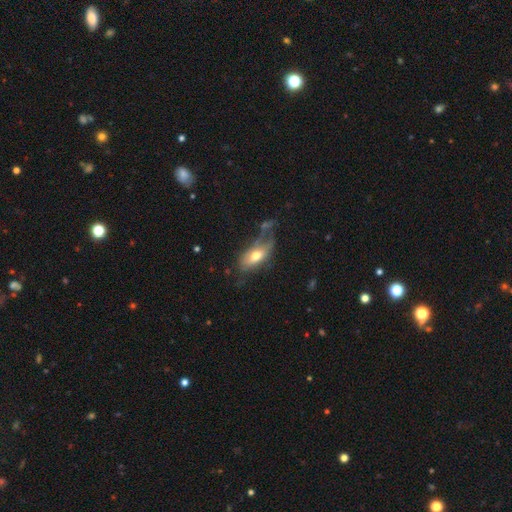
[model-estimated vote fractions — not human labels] Smooth or featured? Predicted: smooth (p=0.56). How rounded? Predicted: in between (p=0.87). Merging? Predicted: major disturbance (p=0.39).